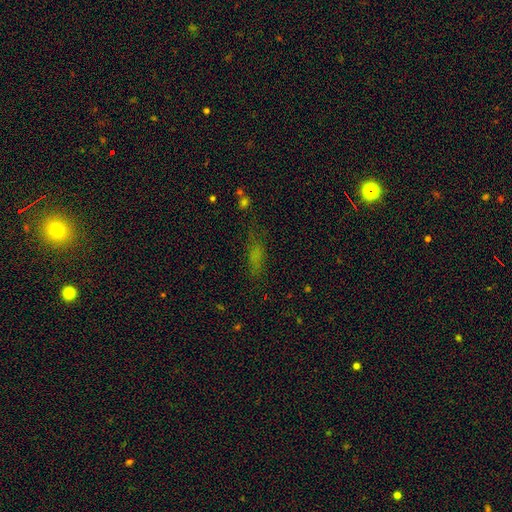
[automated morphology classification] smooth_or_featured: smooth (p=0.60) [alt: star or artifact p=0.25]
how_rounded: cigar-shaped (p=0.50) [alt: in between p=0.45]
merging: none (p=0.60) [alt: minor disturbance p=0.22]